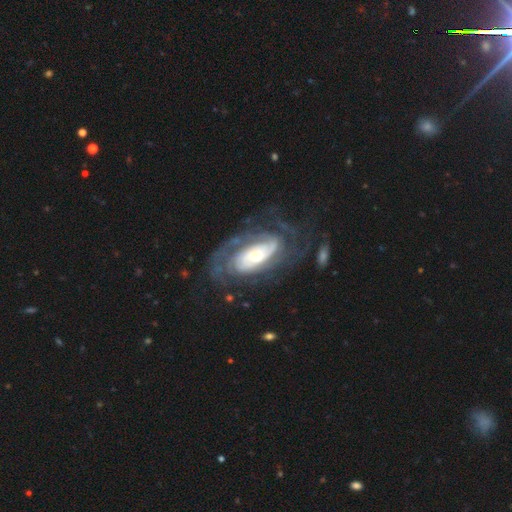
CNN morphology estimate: Smooth or featured? featured or disk (85%)
Edge-on disk? no (93%)
Bar? no (66%)
Spiral arms? yes (93%)
Spiral winding? tight (64%)
Spiral arm count? can't tell (36%)
Bulge size? moderate (53%)
Merging? none (62%)